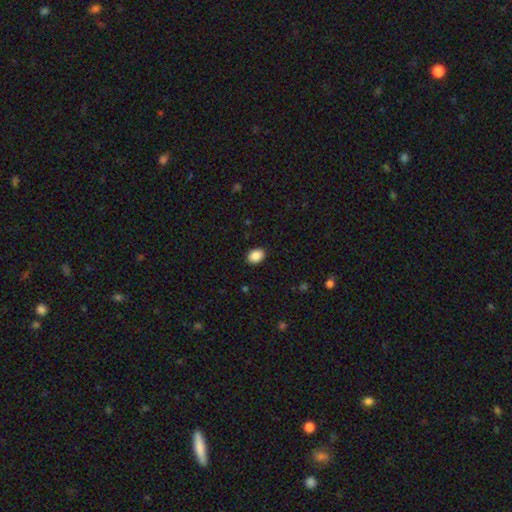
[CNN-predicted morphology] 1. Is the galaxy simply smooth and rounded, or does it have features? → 89% smooth, 8% star or artifact, 3% featured or disk.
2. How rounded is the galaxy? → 72% in between, 27% round, 1% cigar-shaped.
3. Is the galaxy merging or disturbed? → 90% none, 7% minor disturbance, 2% major disturbance, 1% merger.